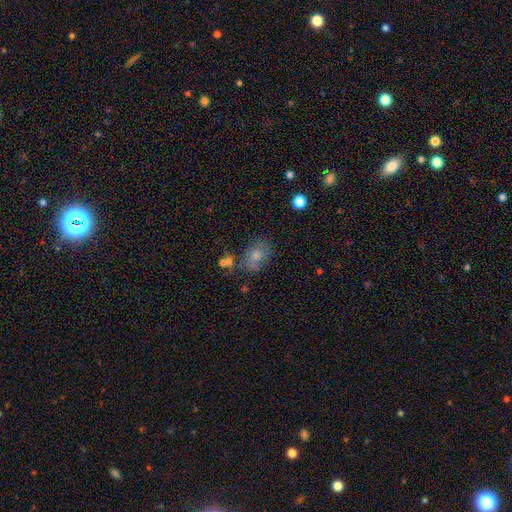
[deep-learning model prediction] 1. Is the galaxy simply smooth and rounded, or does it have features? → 46% smooth, 31% featured or disk, 23% star or artifact.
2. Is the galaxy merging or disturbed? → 65% none, 20% minor disturbance, 8% major disturbance, 7% merger.